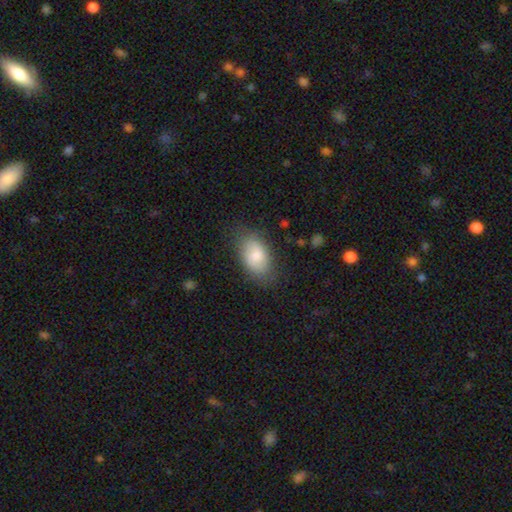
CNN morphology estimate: Smooth or featured?
  - smooth: 80% *
  - featured or disk: 13%
  - star or artifact: 7%
How rounded?
  - in between: 91% *
  - round: 7%
  - cigar-shaped: 2%
Merging?
  - none: 74% *
  - minor disturbance: 18%
  - major disturbance: 6%
  - merger: 1%